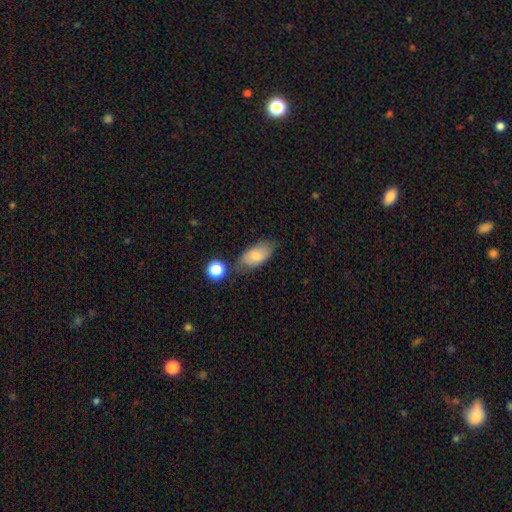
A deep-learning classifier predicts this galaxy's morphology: Smooth or featured?
  - smooth: 78% *
  - featured or disk: 14%
  - star or artifact: 8%
How rounded?
  - in between: 90% *
  - cigar-shaped: 7%
  - round: 4%
Merging?
  - none: 67% *
  - minor disturbance: 20%
  - merger: 8%
  - major disturbance: 5%